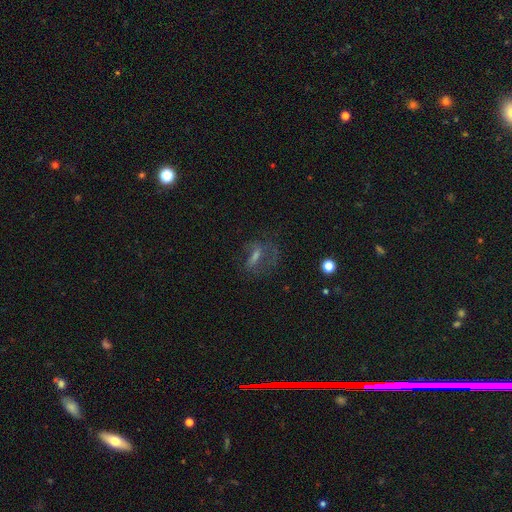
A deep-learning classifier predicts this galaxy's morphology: Smooth or featured? Predicted: featured or disk (p=0.48). Merging? Predicted: none (p=0.53).